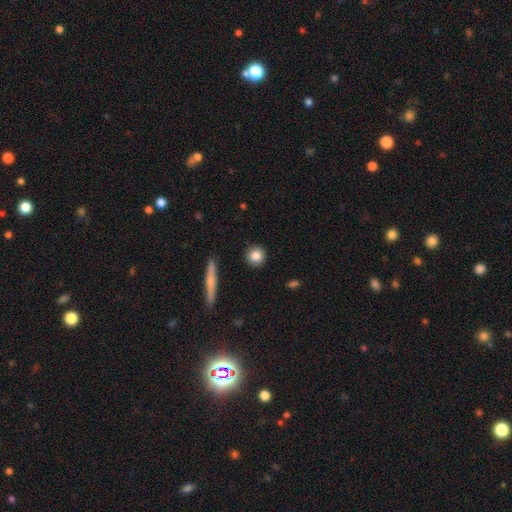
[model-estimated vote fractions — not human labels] Morphology: type=smooth (82%); roundness=round (91%); merging=none (91%).